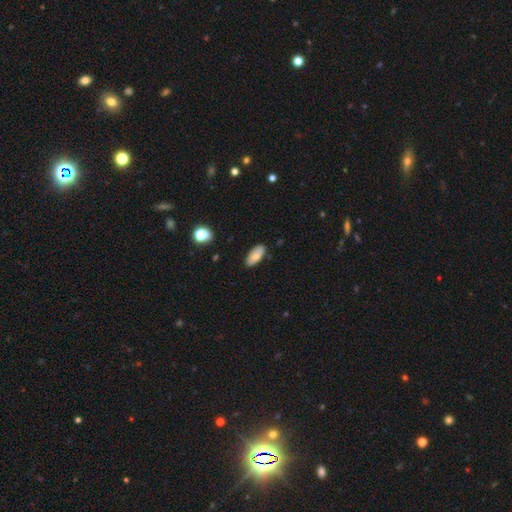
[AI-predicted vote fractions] The model was most divided on "smooth or featured": smooth: 80%, featured or disk: 13%, star or artifact: 7%. More confident: how rounded — in between (88%); merging — none (84%).